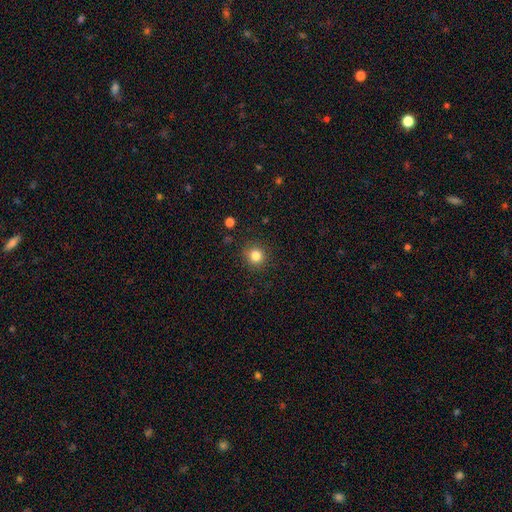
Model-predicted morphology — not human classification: Smooth or featured?
  - smooth: 83% *
  - star or artifact: 11%
  - featured or disk: 5%
How rounded?
  - round: 91% *
  - in between: 8%
  - cigar-shaped: 1%
Merging?
  - none: 88% *
  - minor disturbance: 8%
  - major disturbance: 3%
  - merger: 1%